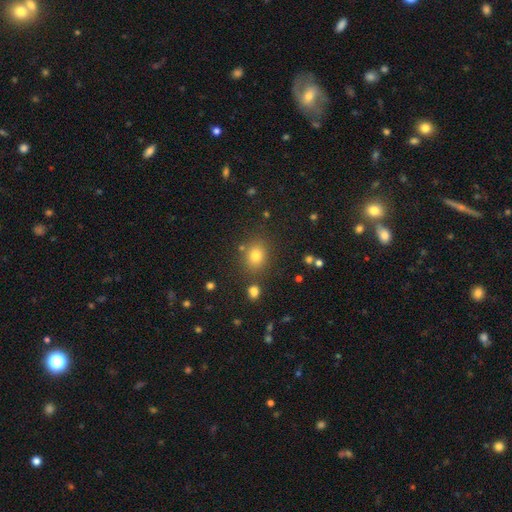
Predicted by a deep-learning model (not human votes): smooth 77%, star or artifact 15%, featured or disk 8%. Down the decision tree: how rounded — round (60%); merging — none (80%).